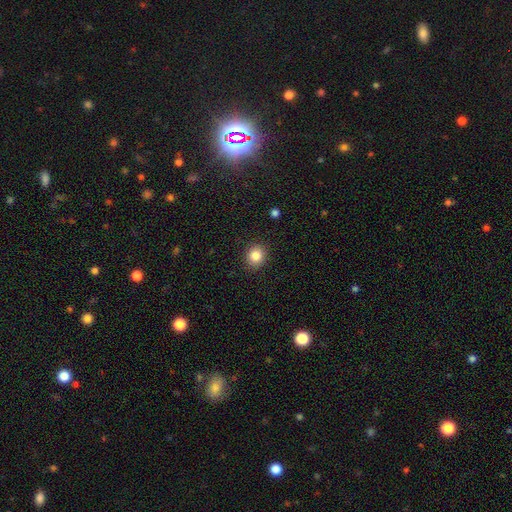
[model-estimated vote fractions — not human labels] Smooth or featured? Predicted: smooth (p=0.84). How rounded? Predicted: round (p=0.79). Merging? Predicted: none (p=0.90).